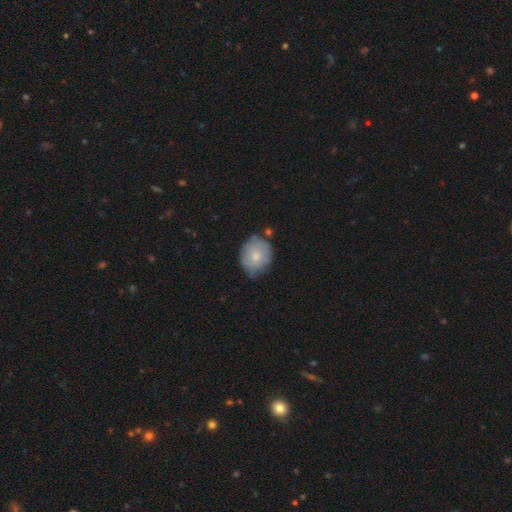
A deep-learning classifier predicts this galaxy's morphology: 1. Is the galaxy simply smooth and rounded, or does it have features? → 69% smooth, 25% featured or disk, 6% star or artifact.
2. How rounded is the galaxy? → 73% round, 26% in between, 1% cigar-shaped.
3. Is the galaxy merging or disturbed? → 67% none, 24% minor disturbance, 5% major disturbance, 4% merger.